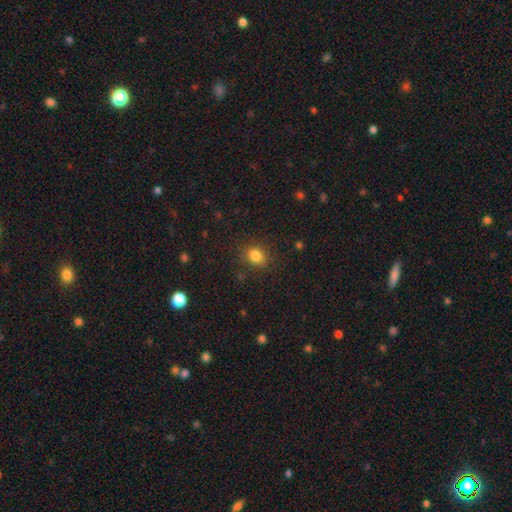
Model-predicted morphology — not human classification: The model was most divided on "how rounded": round: 54%, in between: 45%, cigar-shaped: 1%. More confident: merging — none (85%); smooth or featured — smooth (83%).